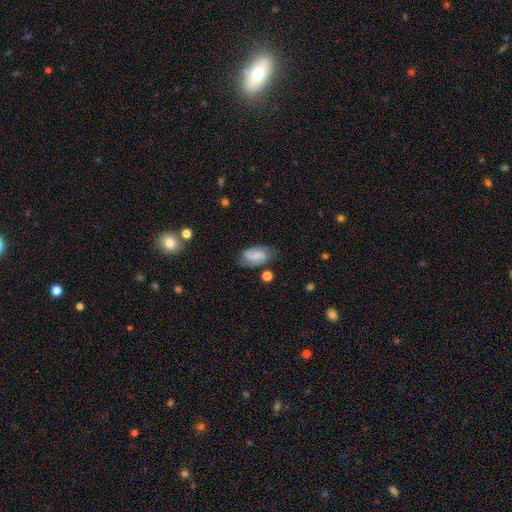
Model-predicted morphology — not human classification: A featured or disk galaxy (52%) with a weak bar (44%), spiral arms (90%) and a small central bulge (40%).

Vote fractions:
- Smooth or featured? featured or disk: 52% / smooth: 39% / star or artifact: 9%
- Edge-on disk? no: 96% / yes: 4%
- Bar? weak: 44% / no: 36% / strong: 19%
- Spiral arms? yes: 90% / no: 10%
- Bulge size? small: 40% / none: 37% / moderate: 18% / large: 4% / dominant: 2%
- Merging? none: 71% / minor disturbance: 20% / major disturbance: 6% / merger: 3%